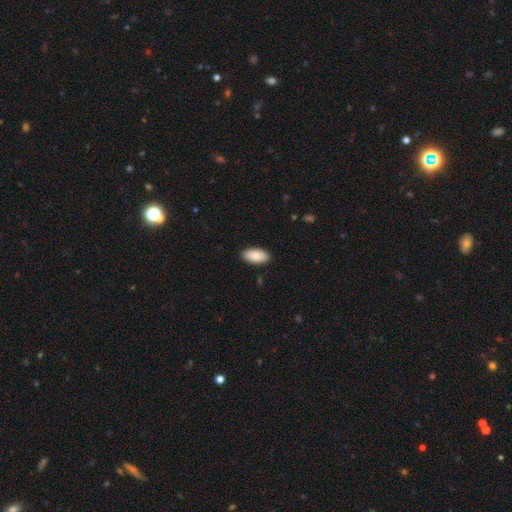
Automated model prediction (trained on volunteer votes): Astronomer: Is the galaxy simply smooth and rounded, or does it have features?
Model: smooth — 90%.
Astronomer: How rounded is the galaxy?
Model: in between — 94%.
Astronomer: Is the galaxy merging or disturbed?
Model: none — 89%.